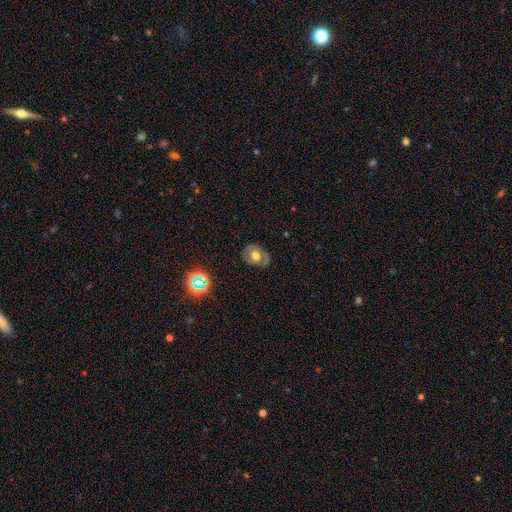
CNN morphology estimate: Overall: featured or disk (50%; smooth 40%). Edge-on disk: no (93%). Merging: none (78%).